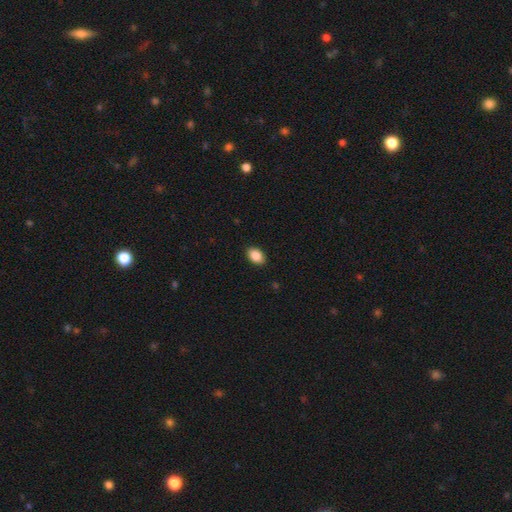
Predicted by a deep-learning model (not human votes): This appears to be a smooth galaxy with no disk features (88%) that is in between round and cigar-shaped (88%). Merging: none (90%).